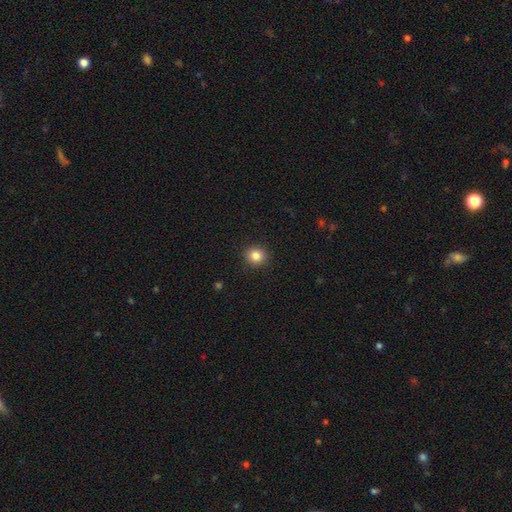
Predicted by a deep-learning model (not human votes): Smooth or featured? smooth (84%)
How rounded? round (86%)
Merging? none (91%)